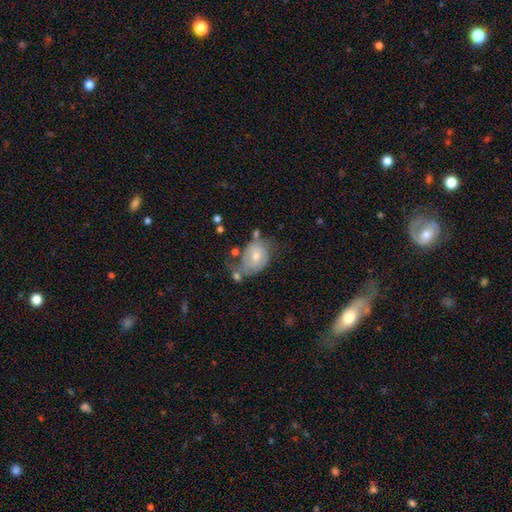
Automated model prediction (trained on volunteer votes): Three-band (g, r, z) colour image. It shows a smooth galaxy with no disk features (56%) that is in between round and cigar-shaped (63%). Merging: none (30%).